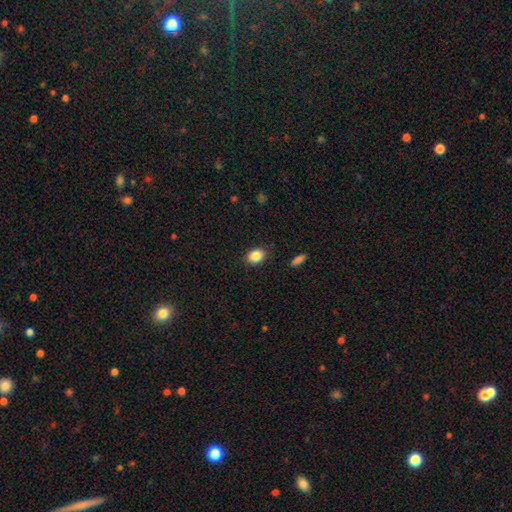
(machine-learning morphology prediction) smooth 86%, star or artifact 9%, featured or disk 4%. Down the decision tree: how rounded — in between (60%); merging — none (87%).